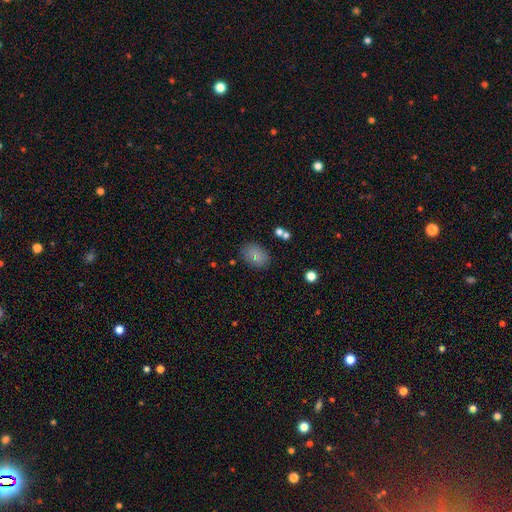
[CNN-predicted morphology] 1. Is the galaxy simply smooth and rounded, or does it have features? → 79% smooth, 11% featured or disk, 9% star or artifact.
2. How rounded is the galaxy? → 80% in between, 18% round, 1% cigar-shaped.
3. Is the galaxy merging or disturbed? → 80% none, 13% minor disturbance, 4% major disturbance, 3% merger.